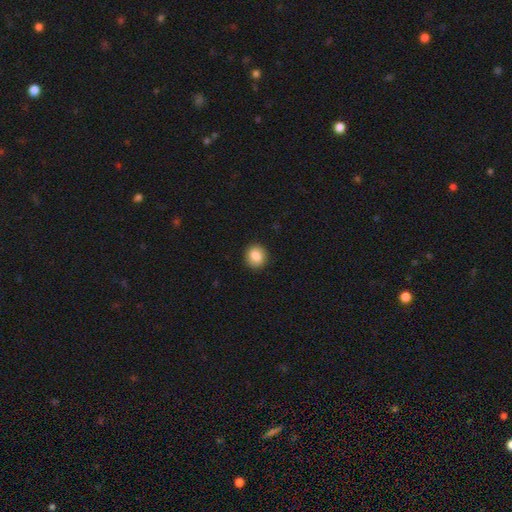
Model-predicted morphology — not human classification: Overall: smooth (84%). How rounded: round (80%). Merging: none (89%).